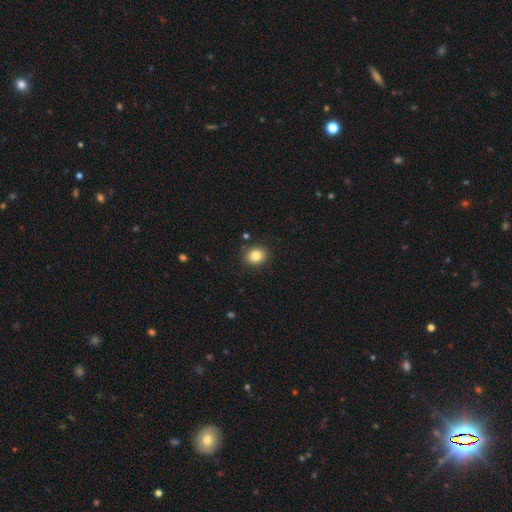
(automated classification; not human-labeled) Morphology: type=smooth (83%); roundness=round (69%); merging=none (87%).